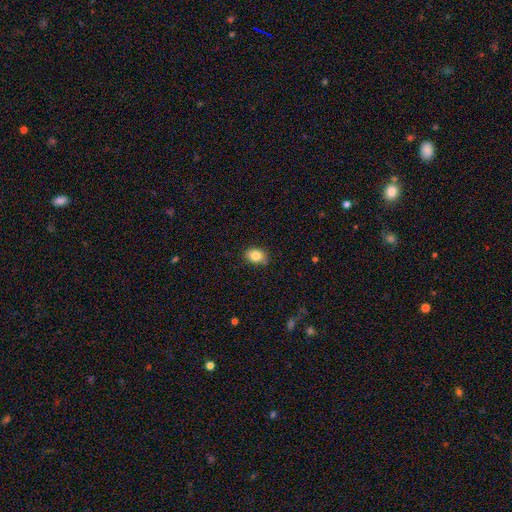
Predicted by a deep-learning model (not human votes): smooth 84%, star or artifact 9%, featured or disk 6%. Down the decision tree: how rounded — in between (62%); merging — none (78%).